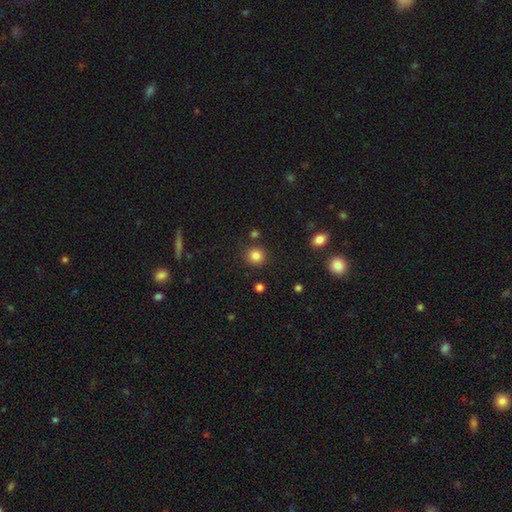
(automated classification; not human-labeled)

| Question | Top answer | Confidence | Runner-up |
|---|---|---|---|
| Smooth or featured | smooth | 84% | star or artifact (12%) |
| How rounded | round | 91% | in between (8%) |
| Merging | none | 87% | minor disturbance (7%) |